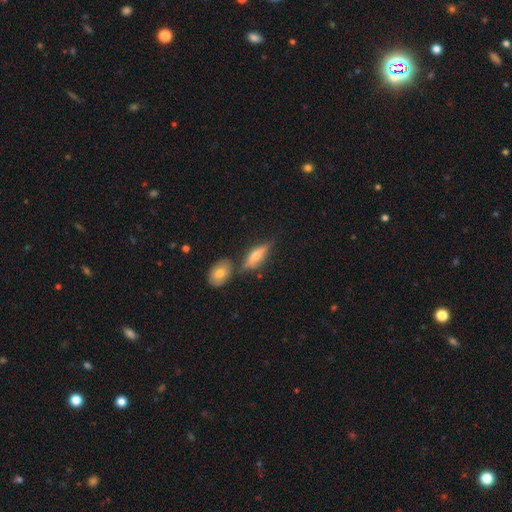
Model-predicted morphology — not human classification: A featured or disk galaxy (46%). Merging: none (64%).